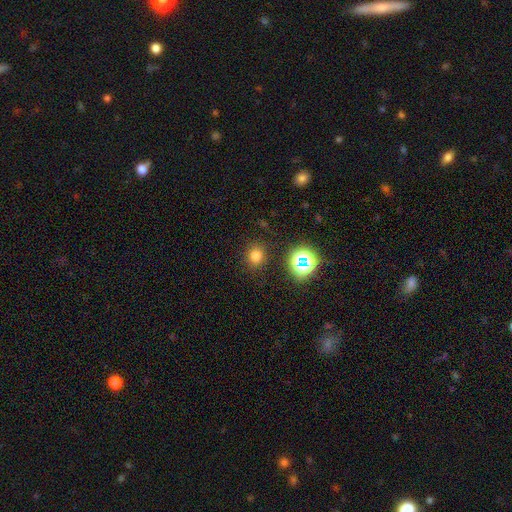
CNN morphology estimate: A smooth galaxy with no disk features (72%) that is round (78%). Merging: none (86%).